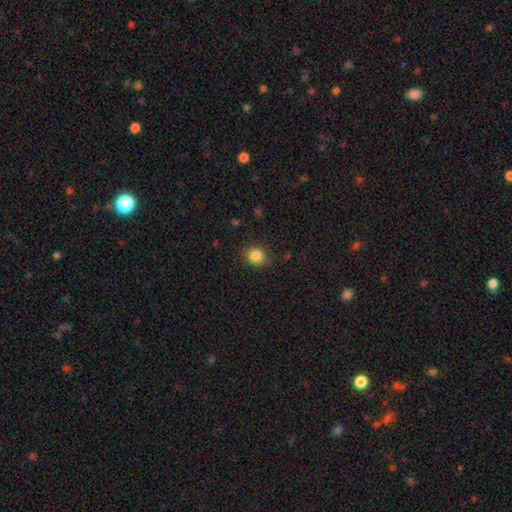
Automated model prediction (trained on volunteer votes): Smooth or featured? Predicted: smooth (p=0.85). How rounded? Predicted: round (p=0.71). Merging? Predicted: none (p=0.85).